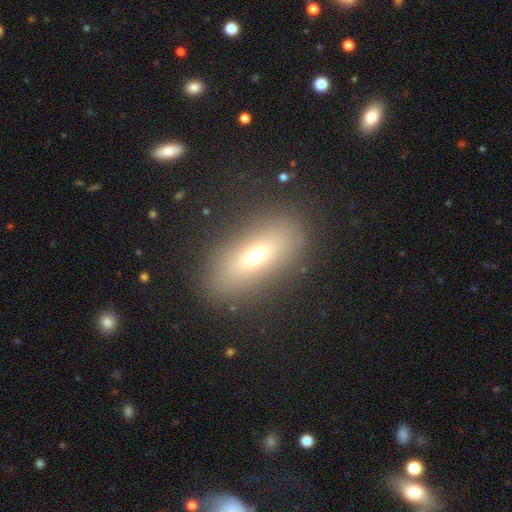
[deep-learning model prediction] Smooth or featured? smooth (59%)
How rounded? in between (72%)
Merging? none (84%)